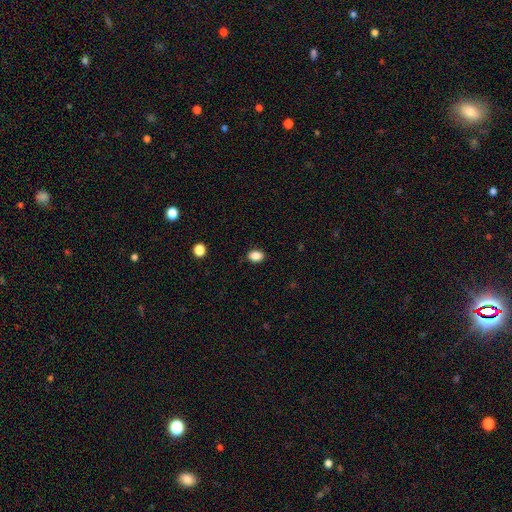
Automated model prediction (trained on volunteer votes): smooth-or-featured: smooth: 88% | star or artifact: 9% | featured or disk: 3%
  how-rounded: in between: 79% | round: 19% | cigar-shaped: 1%
  merging: none: 86% | minor disturbance: 10% | major disturbance: 2% | merger: 1%